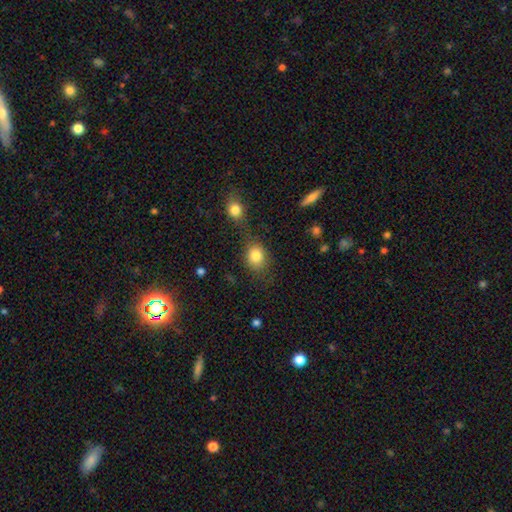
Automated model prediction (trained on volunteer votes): A smooth galaxy with no disk features (83%) that is round (53%). Merging: none (57%).